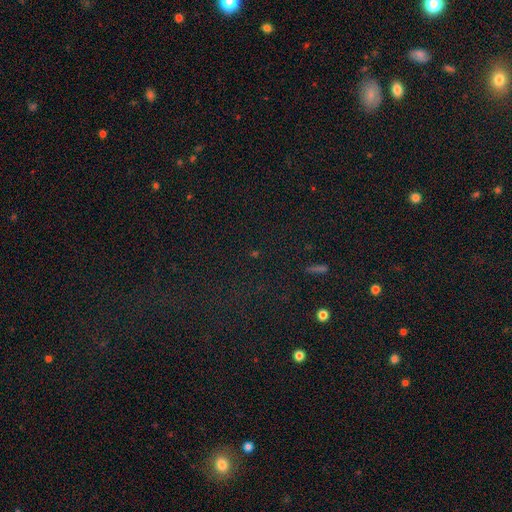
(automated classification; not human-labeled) Morphology: type=star or artifact (70%).